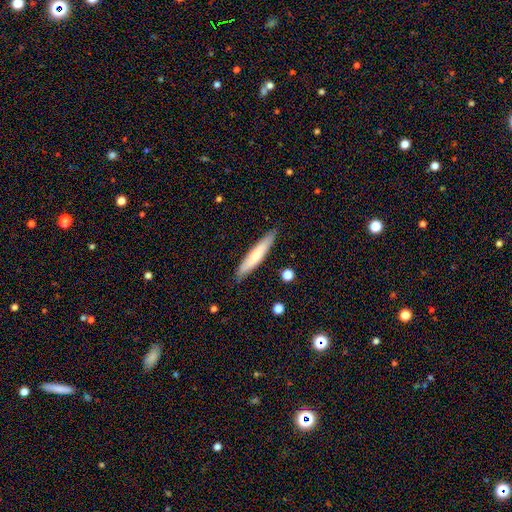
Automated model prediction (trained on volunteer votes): Overall: smooth (64%; featured or disk 31%). How rounded: cigar-shaped (89%). Merging: none (87%).